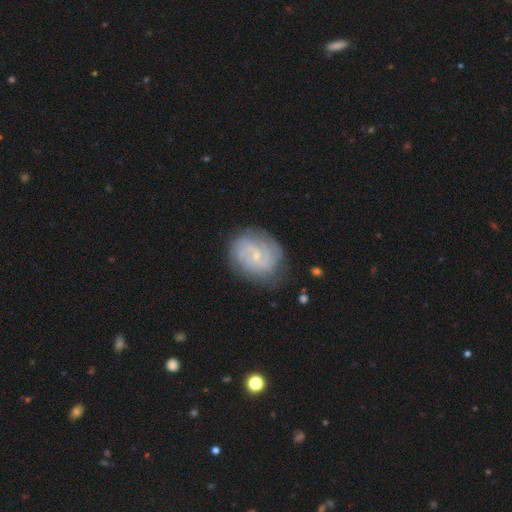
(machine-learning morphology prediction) A featured or disk galaxy (78%) with no bar (59%), tight (60%) spiral arms (94%) and a small central bulge (77%). Merging: none (77%).